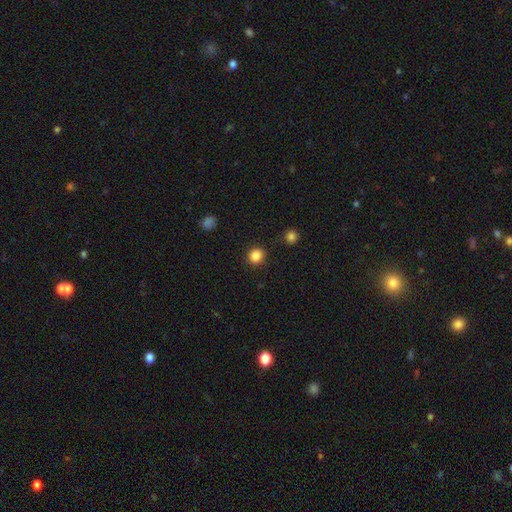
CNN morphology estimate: This is clearly a smooth galaxy (85%). How rounded: clearly round (89%). Merging: clearly none (89%).